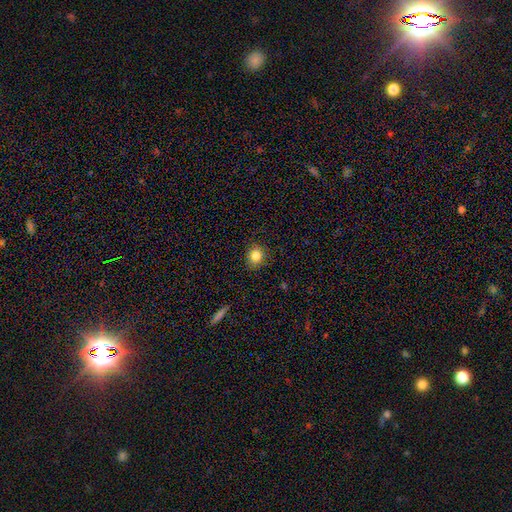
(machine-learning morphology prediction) Q: Smooth or featured?
A: smooth (83%); runner-up: star or artifact (11%)
Q: How rounded?
A: round (75%); runner-up: in between (24%)
Q: Merging?
A: none (86%); runner-up: minor disturbance (11%)